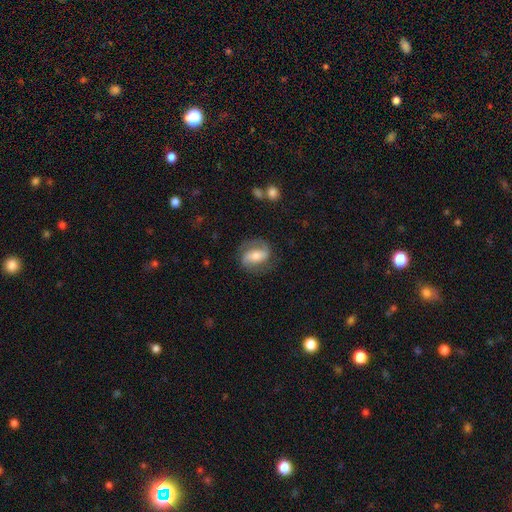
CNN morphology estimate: A featured or disk galaxy (74%) with a strong bar (37%), 2 (86%) medium (47%) spiral arms (91%) and a moderate central bulge (55%). Merging: none (72%).